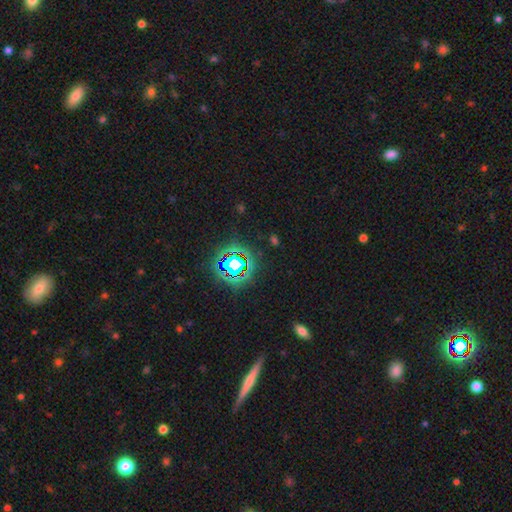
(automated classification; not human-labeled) Morphology: type=star or artifact (70%).